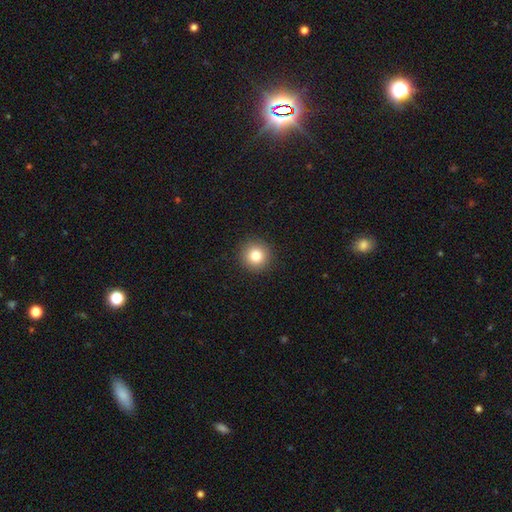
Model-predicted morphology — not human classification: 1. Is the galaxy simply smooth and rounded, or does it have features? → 82% smooth, 11% star or artifact, 7% featured or disk.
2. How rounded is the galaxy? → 94% round, 5% in between, 1% cigar-shaped.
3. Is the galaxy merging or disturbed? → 92% none, 5% minor disturbance, 2% major disturbance, 1% merger.